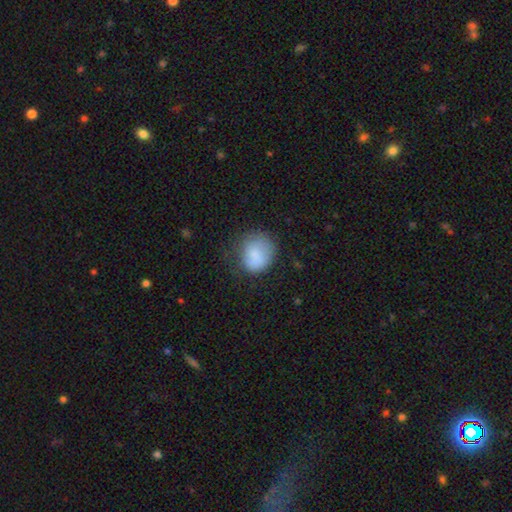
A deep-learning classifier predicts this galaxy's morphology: smooth_or_featured: smooth (p=0.80) [alt: featured or disk p=0.12]
how_rounded: round (p=0.74) [alt: in between p=0.25]
merging: none (p=0.56) [alt: minor disturbance p=0.27]